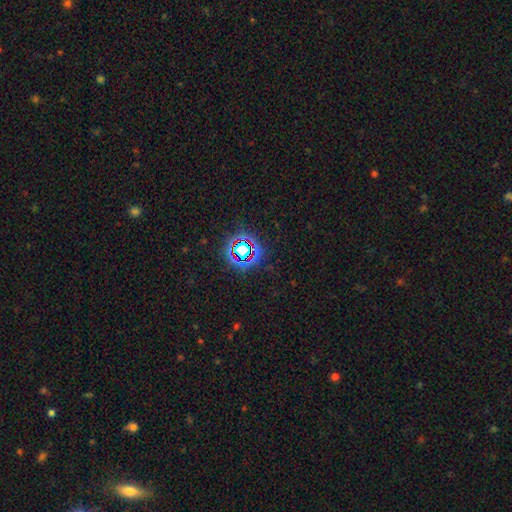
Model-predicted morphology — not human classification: This is likely a star or artifact rather than a galaxy (73%).